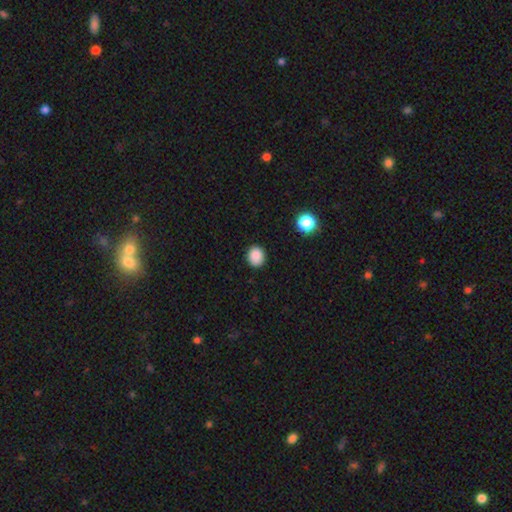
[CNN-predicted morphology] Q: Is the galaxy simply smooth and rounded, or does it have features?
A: smooth — 87%.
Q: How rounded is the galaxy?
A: round — 72%.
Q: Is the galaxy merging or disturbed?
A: none — 89%.